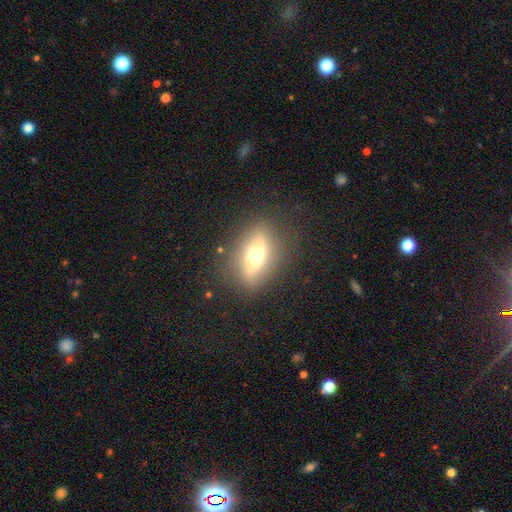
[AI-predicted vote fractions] Q: Smooth or featured?
A: smooth (45%); runner-up: featured or disk (43%)
Q: Merging?
A: none (81%); runner-up: minor disturbance (12%)